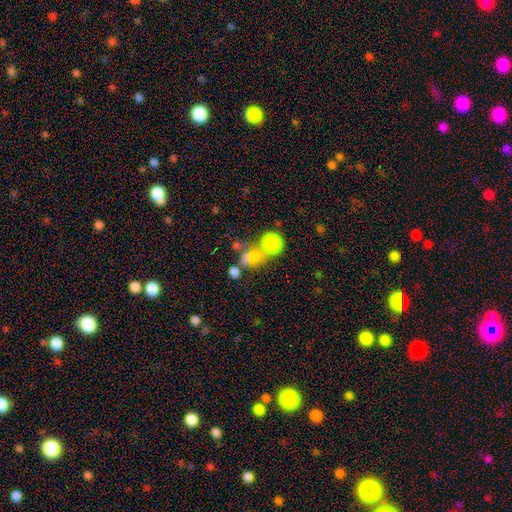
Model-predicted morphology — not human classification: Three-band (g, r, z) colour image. It shows a smooth galaxy with no disk features (64%) that is round (65%). Merging: merger (41%).